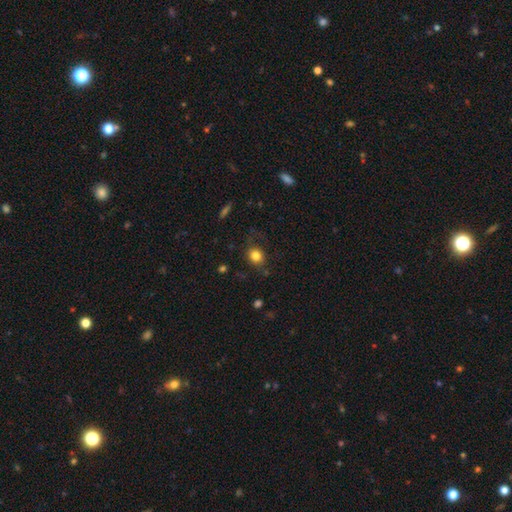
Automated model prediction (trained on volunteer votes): A smooth galaxy with no disk features (81%) that is round (70%). Merging: none (72%).